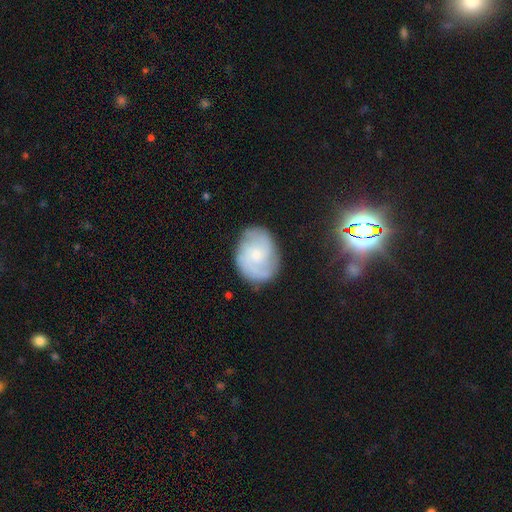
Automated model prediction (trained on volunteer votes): Smooth or featured: featured or disk — 65% (smooth — 27%)
Edge-on disk: no — 98% (yes — 2%)
Bar: no — 70% (weak — 27%)
Spiral arms: yes — 90% (no — 10%)
Spiral winding: medium — 42% (tight — 41%)
Spiral arm count: 2 — 39% (can't tell — 27%)
Bulge size: small — 64% (moderate — 28%)
Merging: none — 75% (minor disturbance — 18%)